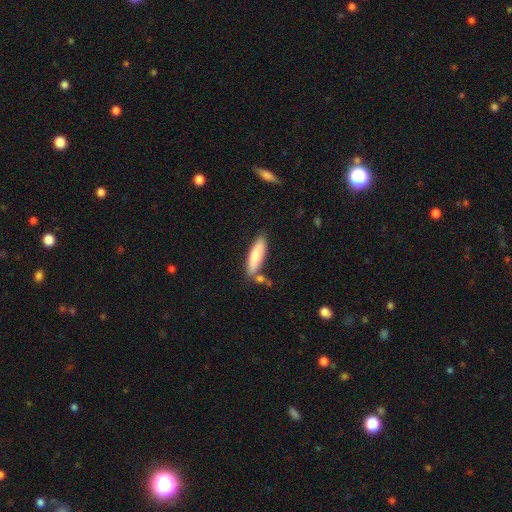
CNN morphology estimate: This appears to be a smooth galaxy with no disk features (79%) that is cigar-shaped (61%). Merging: none (69%).